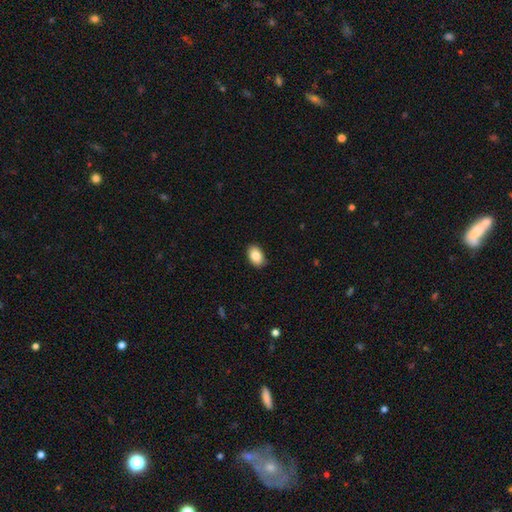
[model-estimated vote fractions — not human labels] Q: Smooth or featured?
A: smooth (86%); runner-up: star or artifact (7%)
Q: How rounded?
A: in between (88%); runner-up: round (11%)
Q: Merging?
A: none (89%); runner-up: minor disturbance (9%)